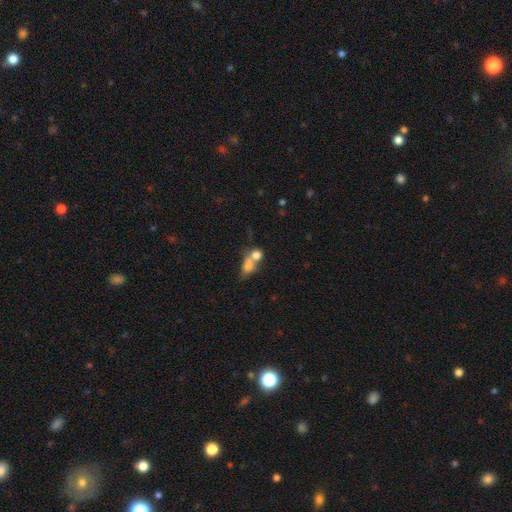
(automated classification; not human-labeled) A smooth galaxy with no disk features (71%) that is round (50%). Merging: merger (62%).